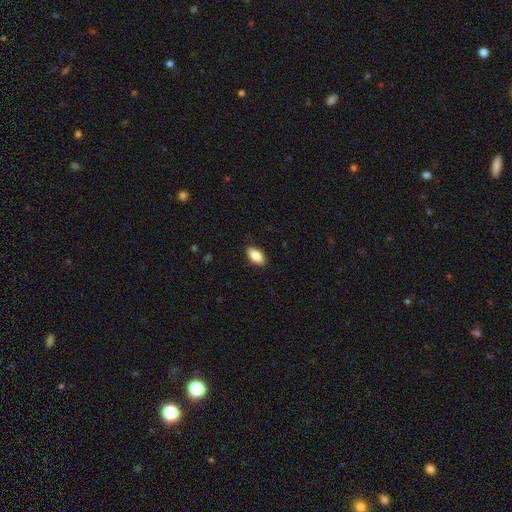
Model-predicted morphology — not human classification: A smooth galaxy with no disk features (85%) that is in between round and cigar-shaped (91%). Merging: none (87%).